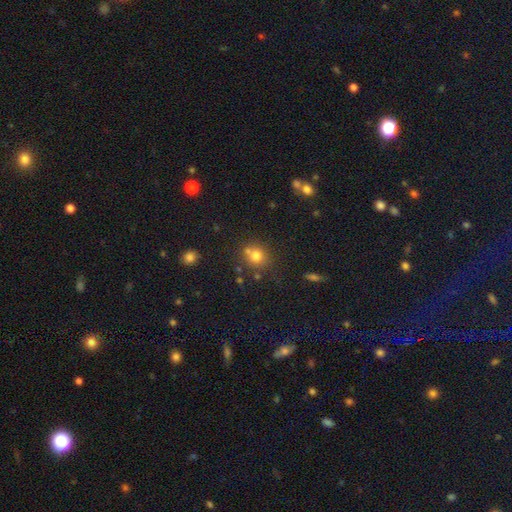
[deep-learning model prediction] A smooth galaxy with no disk features (74%) that is round (85%). Merging: none (66%).